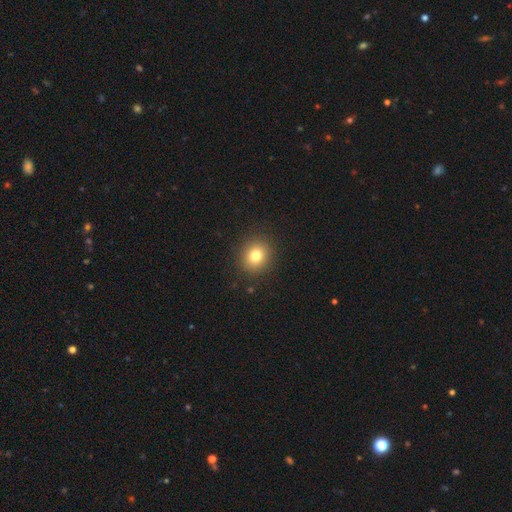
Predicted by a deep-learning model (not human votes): Morphology: type=smooth (79%); roundness=round (81%); merging=none (90%).